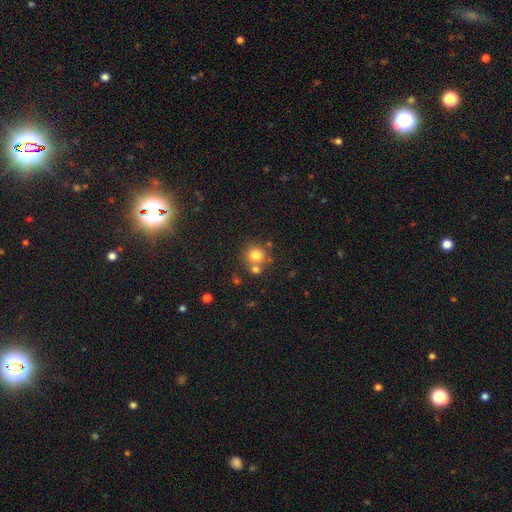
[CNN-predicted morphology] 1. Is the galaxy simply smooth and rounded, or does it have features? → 78% smooth, 13% star or artifact, 9% featured or disk.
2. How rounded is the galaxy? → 90% round, 9% in between, 1% cigar-shaped.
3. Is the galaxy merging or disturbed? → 64% none, 24% merger, 9% minor disturbance, 3% major disturbance.